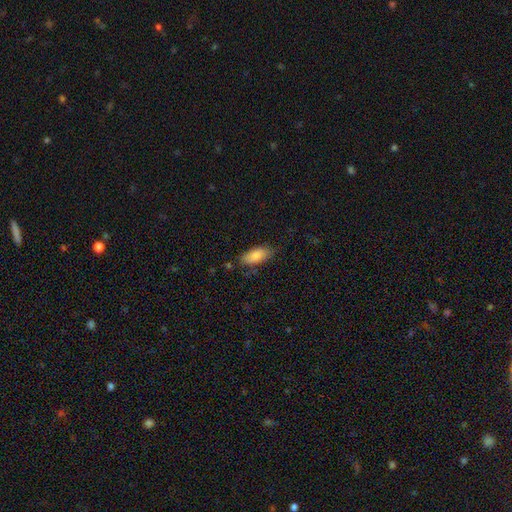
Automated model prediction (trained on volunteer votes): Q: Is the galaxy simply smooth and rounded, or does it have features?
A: smooth — 83%.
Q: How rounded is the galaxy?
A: in between — 87%.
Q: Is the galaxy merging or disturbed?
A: none — 76%.